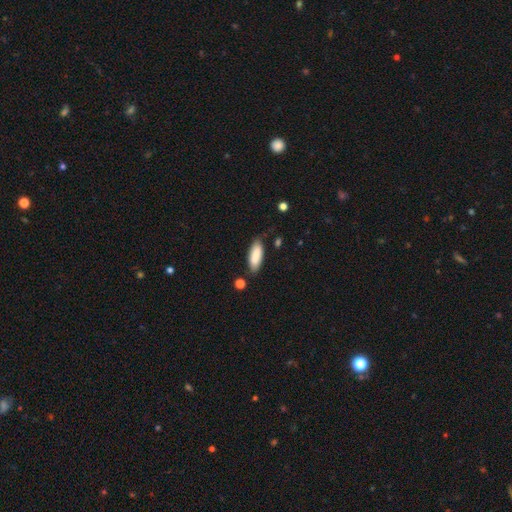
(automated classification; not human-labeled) Smooth or featured? smooth (86%)
How rounded? in between (68%)
Merging? none (76%)